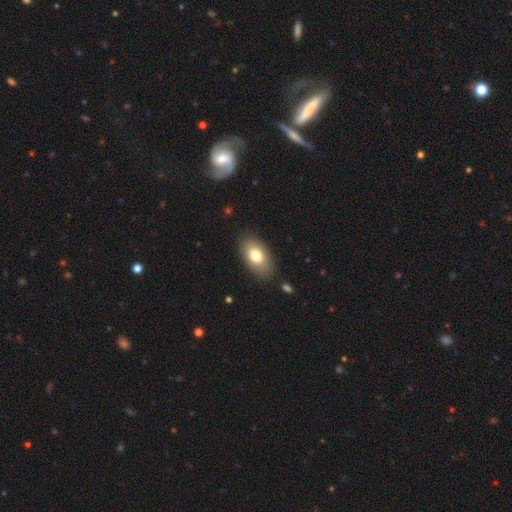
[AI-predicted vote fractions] Smooth or featured?
  - smooth: 77% *
  - featured or disk: 16%
  - star or artifact: 7%
How rounded?
  - in between: 92% *
  - round: 5%
  - cigar-shaped: 2%
Merging?
  - none: 85% *
  - minor disturbance: 10%
  - major disturbance: 3%
  - merger: 2%